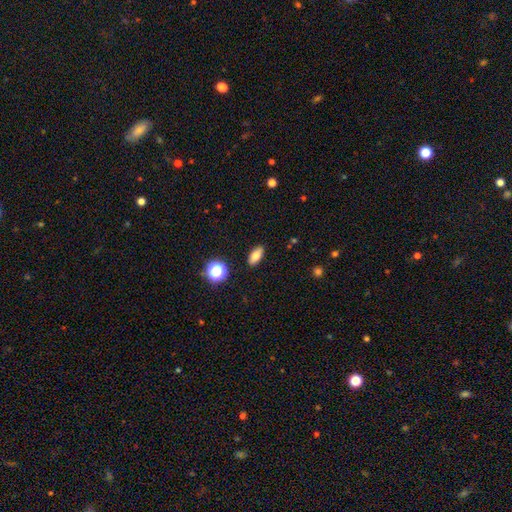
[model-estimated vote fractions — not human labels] smooth-or-featured: smooth: 76% | featured or disk: 14% | star or artifact: 11%
  how-rounded: in between: 82% | cigar-shaped: 10% | round: 7%
  merging: none: 89% | minor disturbance: 8% | major disturbance: 2% | merger: 1%